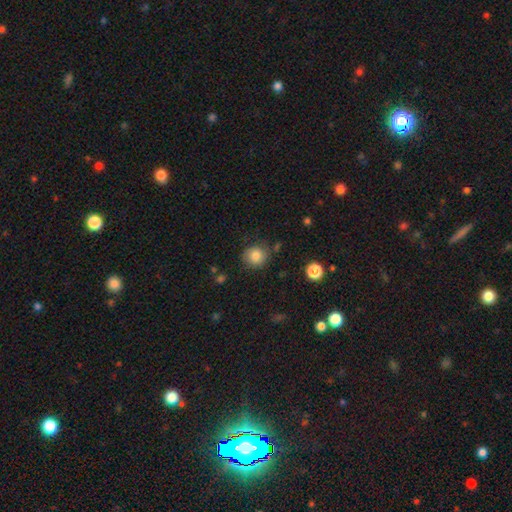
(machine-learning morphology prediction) smooth-or-featured: smooth: 83% | star or artifact: 10% | featured or disk: 7%
  how-rounded: round: 87% | in between: 13% | cigar-shaped: 1%
  merging: none: 79% | minor disturbance: 14% | major disturbance: 4% | merger: 3%